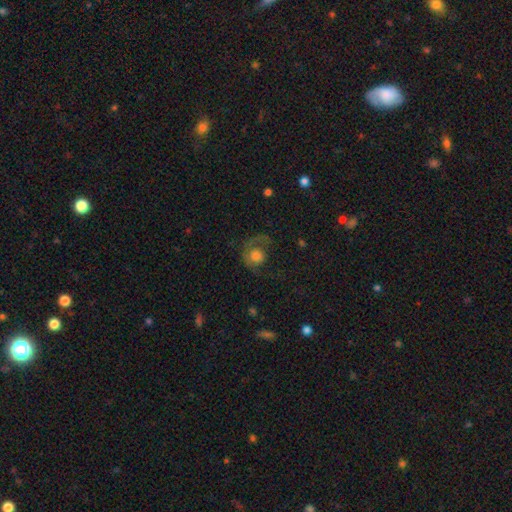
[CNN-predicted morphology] smooth-or-featured: smooth: 51% | featured or disk: 39% | star or artifact: 10%
  how-rounded: round: 73% | in between: 26% | cigar-shaped: 1%
  merging: major disturbance: 41% | none: 37% | minor disturbance: 19% | merger: 3%